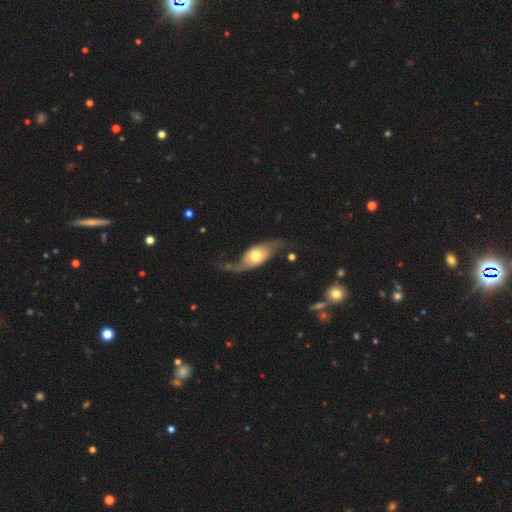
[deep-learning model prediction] This is likely a featured or disk galaxy (66%). It is clearly not viewed edge-on (86%). Bar: likely no (76%). Spiral arm pattern: clearly yes (82%). Central bulge: likely moderate (65%). Merging: marginally none (44%).